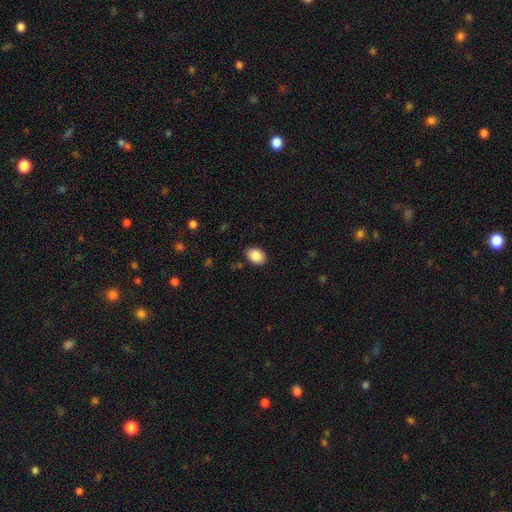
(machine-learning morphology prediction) A smooth galaxy with no disk features (88%) that is in between round and cigar-shaped (70%). Merging: none (88%).